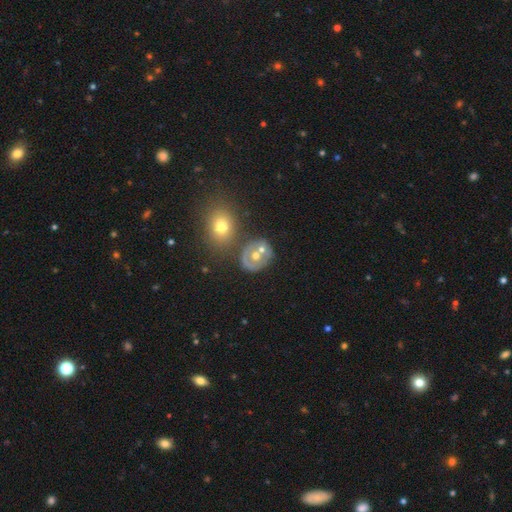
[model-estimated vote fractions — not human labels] A featured or disk galaxy (49%).

Vote fractions:
- Smooth or featured? featured or disk: 49% / smooth: 42% / star or artifact: 9%
- Merging? none: 47% / merger: 29% / minor disturbance: 15% / major disturbance: 9%